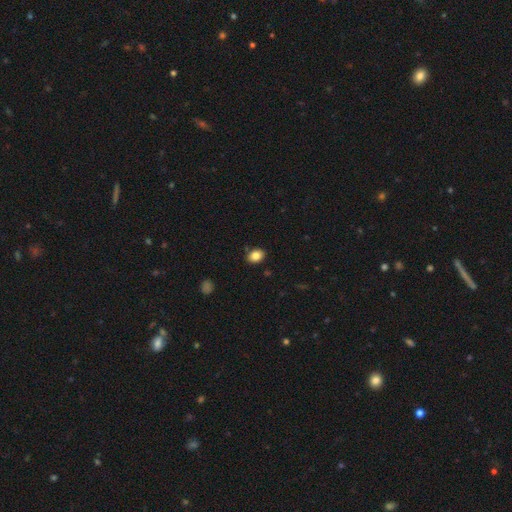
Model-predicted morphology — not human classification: smooth_or_featured: smooth (p=0.84) [alt: star or artifact p=0.10]
how_rounded: in between (p=0.60) [alt: round p=0.39]
merging: none (p=0.86) [alt: minor disturbance p=0.10]